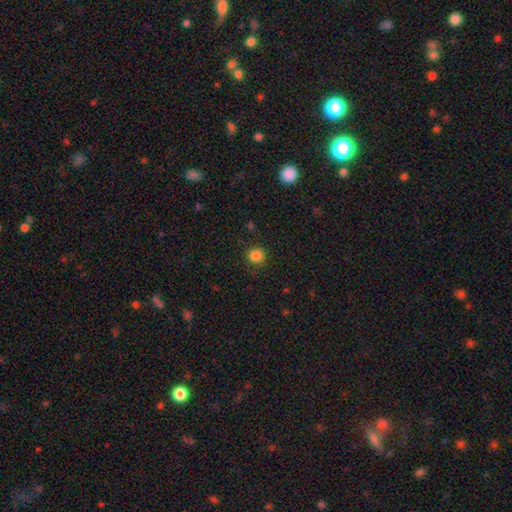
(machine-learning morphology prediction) A smooth galaxy with no disk features (84%) that is round (93%). Merging: none (89%).